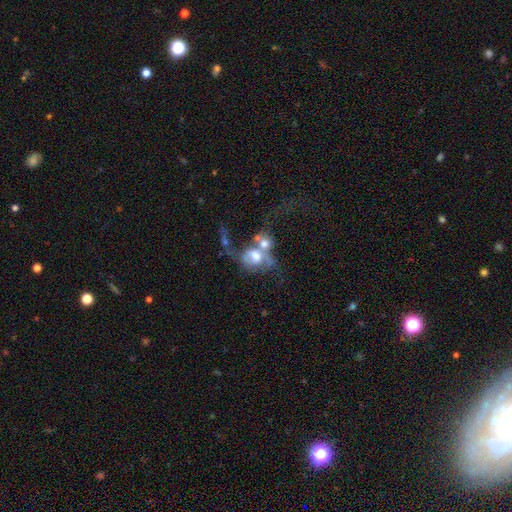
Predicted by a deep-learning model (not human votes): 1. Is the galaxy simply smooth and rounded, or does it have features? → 48% featured or disk, 41% smooth, 11% star or artifact.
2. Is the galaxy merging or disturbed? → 72% merger, 14% major disturbance, 9% none, 5% minor disturbance.